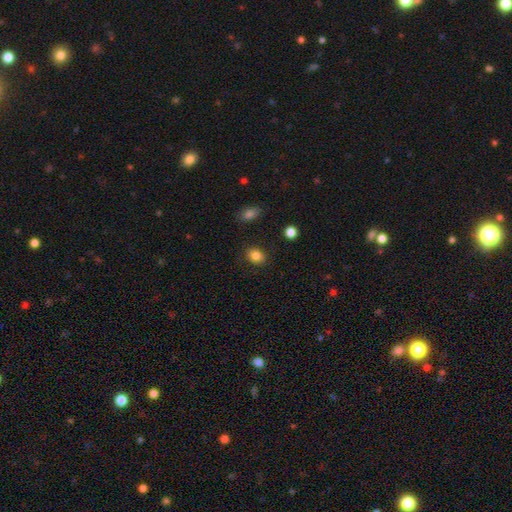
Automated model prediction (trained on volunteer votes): The model was most divided on "how rounded": in between: 53%, round: 46%, cigar-shaped: 1%. More confident: merging — none (87%); smooth or featured — smooth (84%).